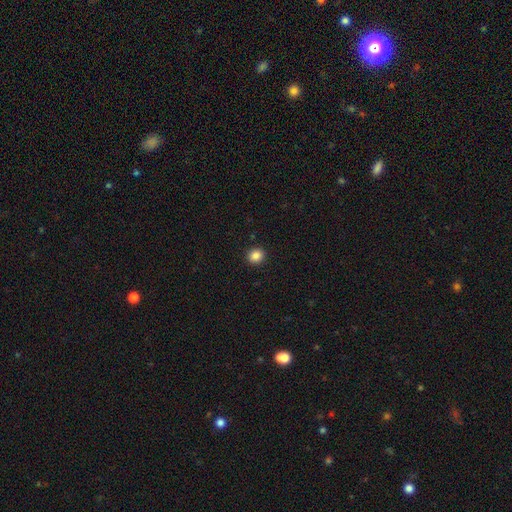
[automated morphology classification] Smooth or featured? Predicted: smooth (p=0.86). How rounded? Predicted: round (p=0.87). Merging? Predicted: none (p=0.92).